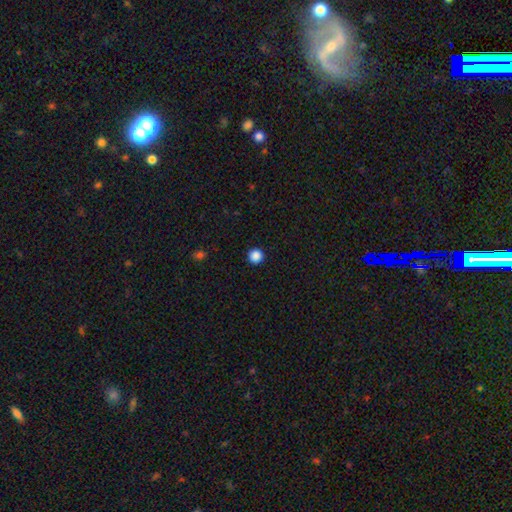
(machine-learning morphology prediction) smooth-or-featured: smooth: 88% | star or artifact: 10% | featured or disk: 2%
  how-rounded: round: 96% | in between: 3% | cigar-shaped: 1%
  merging: none: 94% | minor disturbance: 4% | major disturbance: 1% | merger: 1%